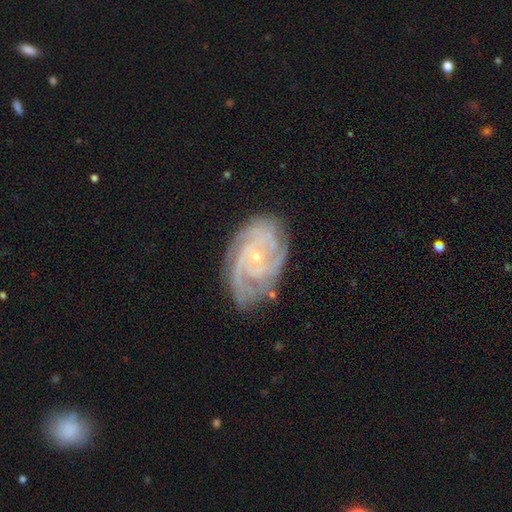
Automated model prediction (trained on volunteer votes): Smooth or featured?
  - featured or disk: 88% *
  - star or artifact: 6%
  - smooth: 6%
Edge-on disk?
  - no: 97% *
  - yes: 3%
Bar?
  - no: 68% *
  - weak: 25%
  - strong: 6%
Spiral arms?
  - yes: 98% *
  - no: 2%
Spiral winding?
  - tight: 70% *
  - medium: 26%
  - loose: 4%
Spiral arm count?
  - 3: 29% *
  - 4: 21%
  - 2: 19%
  - can't tell: 17%
  - more than 4: 7%
  - 1: 7%
Bulge size?
  - small: 82% *
  - moderate: 14%
  - none: 2%
  - large: 1%
  - dominant: 1%
Merging?
  - none: 76% *
  - minor disturbance: 18%
  - major disturbance: 5%
  - merger: 1%